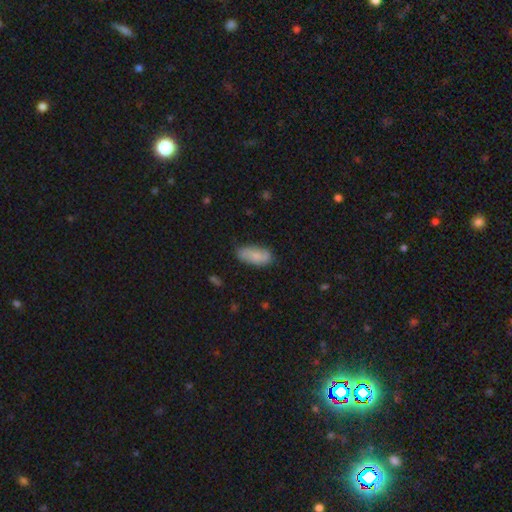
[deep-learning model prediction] Smooth or featured? Predicted: smooth (p=0.76). How rounded? Predicted: in between (p=0.86). Merging? Predicted: none (p=0.72).